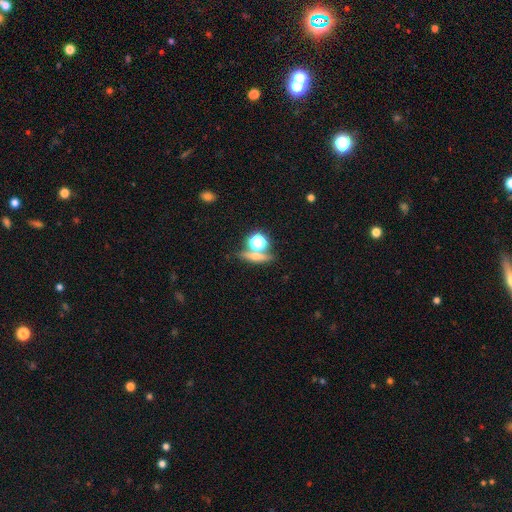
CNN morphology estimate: This is possibly a smooth galaxy (48%). Merging: likely none (67%).